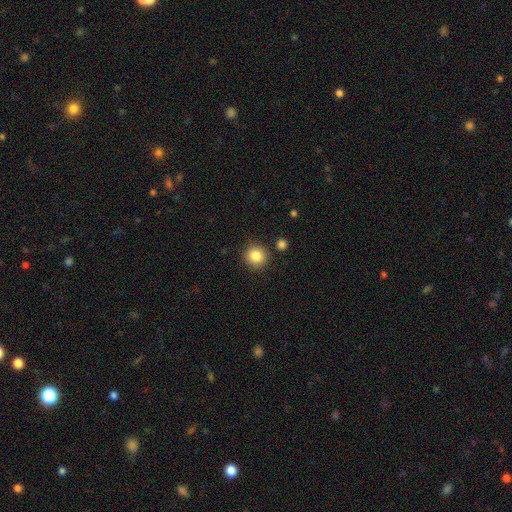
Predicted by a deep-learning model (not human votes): Overall: smooth (86%). How rounded: round (92%). Merging: none (87%).